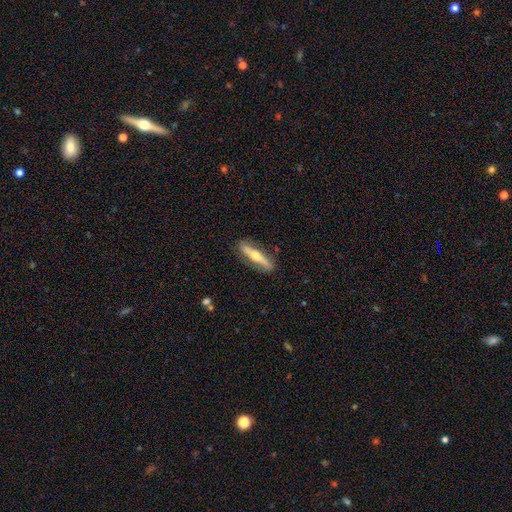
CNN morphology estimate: smooth-or-featured: featured or disk: 60% | smooth: 35% | star or artifact: 5%
  disk-edge-on: yes: 76% | no: 24%
  merging: none: 85% | minor disturbance: 11% | major disturbance: 3% | merger: 1%